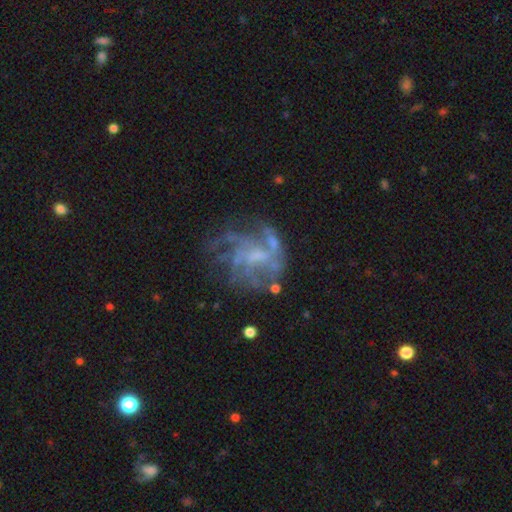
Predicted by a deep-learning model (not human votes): The model was most divided on "spiral winding": medium: 41%, tight: 30%, loose: 29%. Remaining: edge-on disk — no (98%); smooth or featured — featured or disk (75%); spiral arms — yes (71%); bar — no (58%); merging — none (54%); spiral arm count — can't tell (42%); bulge size — none (42%).